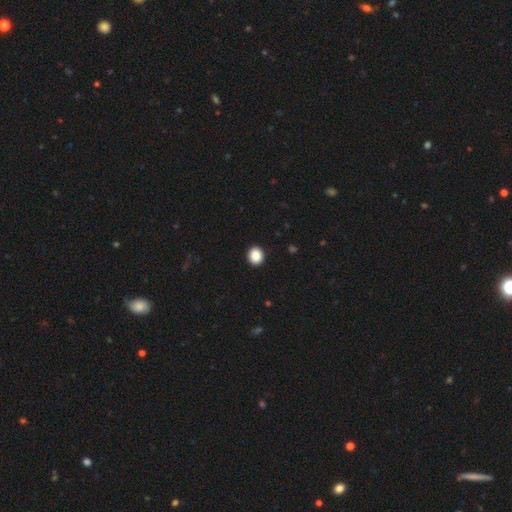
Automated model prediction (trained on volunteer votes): Smooth or featured?
  - smooth: 88% *
  - star or artifact: 9%
  - featured or disk: 3%
How rounded?
  - round: 76% *
  - in between: 23%
  - cigar-shaped: 1%
Merging?
  - none: 93% *
  - minor disturbance: 5%
  - major disturbance: 1%
  - merger: 1%